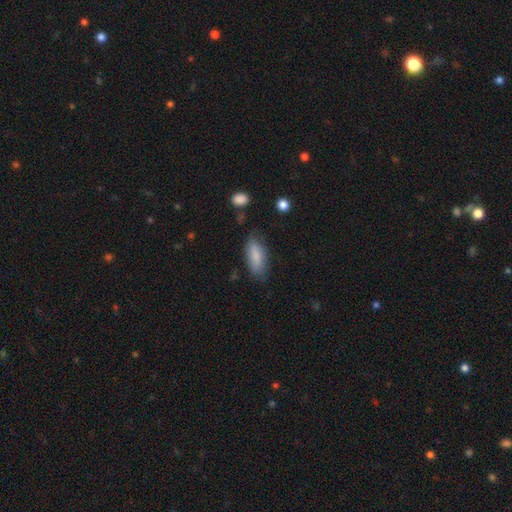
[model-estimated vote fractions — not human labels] smooth 83%, featured or disk 11%, star or artifact 6%. Down the decision tree: how rounded — in between (76%); merging — none (73%).